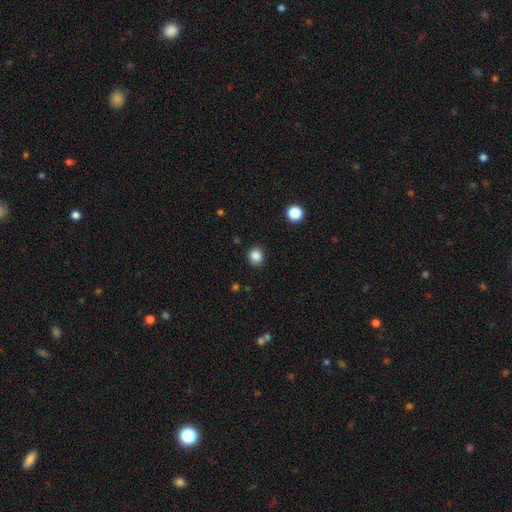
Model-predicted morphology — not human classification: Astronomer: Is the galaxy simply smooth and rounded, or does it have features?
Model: smooth — 85%.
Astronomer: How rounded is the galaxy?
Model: round — 85%.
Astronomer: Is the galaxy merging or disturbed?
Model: none — 90%.